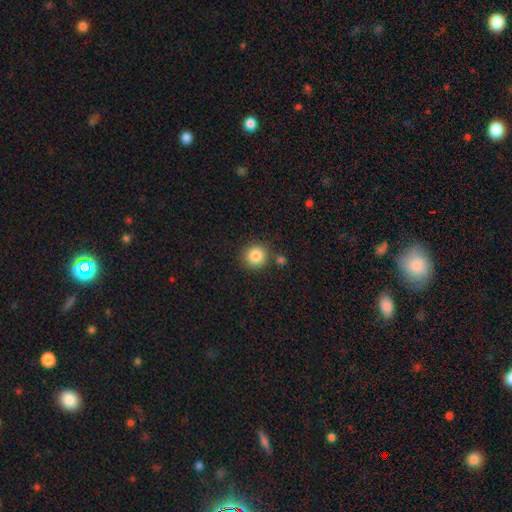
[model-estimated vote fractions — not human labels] Overall: smooth (85%). How rounded: round (92%). Merging: none (81%).